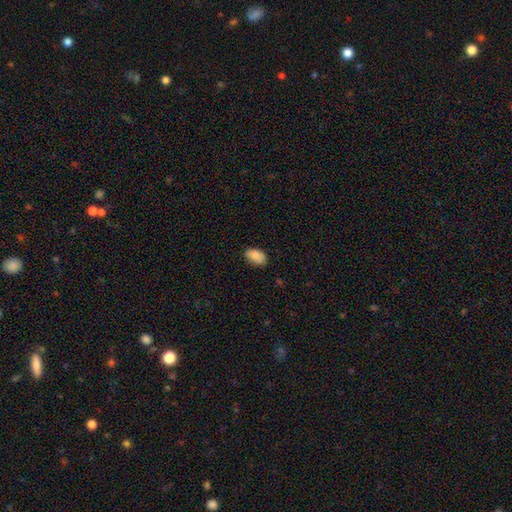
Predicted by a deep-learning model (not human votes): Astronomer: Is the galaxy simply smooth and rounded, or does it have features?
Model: smooth — 88%.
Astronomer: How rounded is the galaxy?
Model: in between — 92%.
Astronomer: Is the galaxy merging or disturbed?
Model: none — 80%.